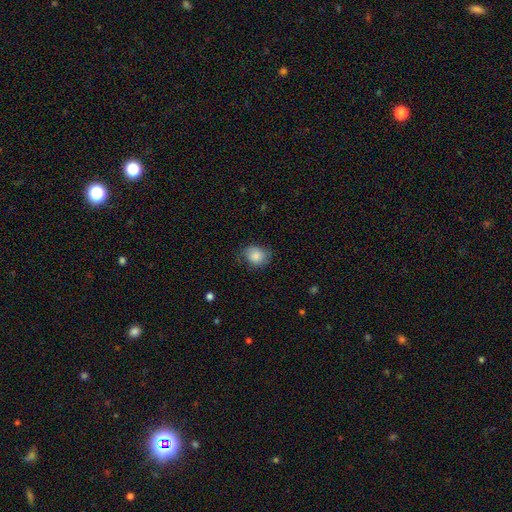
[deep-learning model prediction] Smooth or featured?
  - smooth: 84% *
  - featured or disk: 9%
  - star or artifact: 8%
How rounded?
  - round: 57% *
  - in between: 42%
  - cigar-shaped: 1%
Merging?
  - none: 68% *
  - minor disturbance: 24%
  - major disturbance: 6%
  - merger: 1%